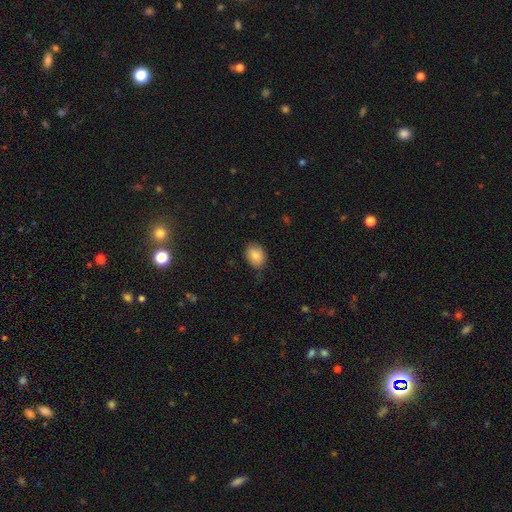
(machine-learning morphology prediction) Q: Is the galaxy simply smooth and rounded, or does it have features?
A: smooth — 82%.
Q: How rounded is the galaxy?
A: in between — 70%.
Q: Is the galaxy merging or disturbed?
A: none — 74%.